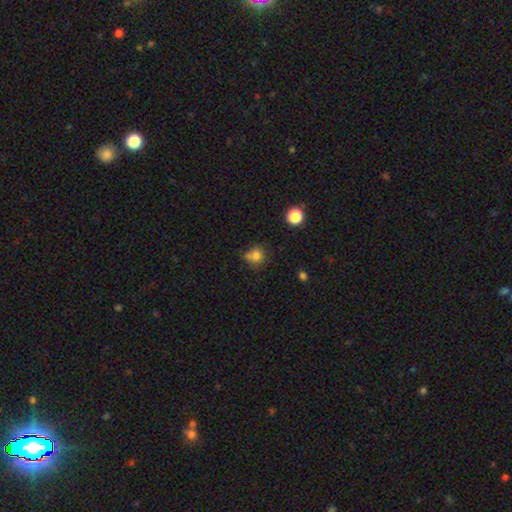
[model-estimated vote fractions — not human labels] smooth-or-featured: smooth: 78% | star or artifact: 13% | featured or disk: 9%
  how-rounded: round: 82% | in between: 17% | cigar-shaped: 1%
  merging: none: 56% | merger: 20% | minor disturbance: 18% | major disturbance: 6%